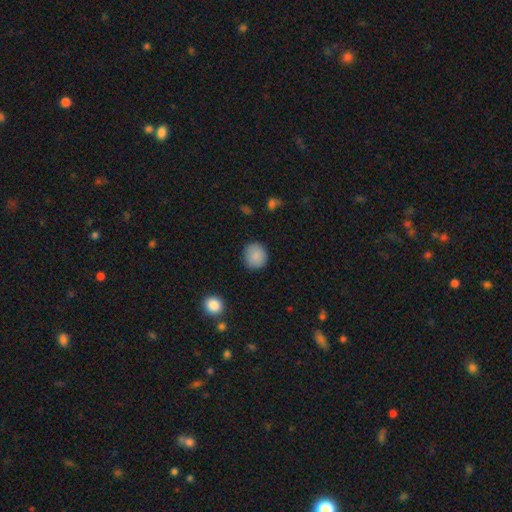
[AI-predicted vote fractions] Smooth or featured: smooth — 89% (star or artifact — 8%)
How rounded: round — 89% (in between — 10%)
Merging: none — 88% (minor disturbance — 8%)